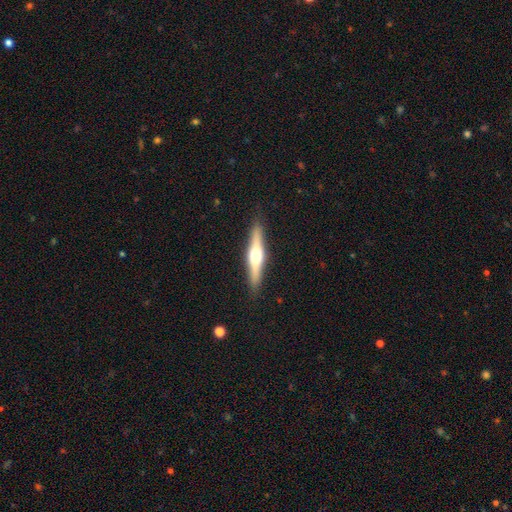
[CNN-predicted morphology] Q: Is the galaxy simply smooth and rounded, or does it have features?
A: featured or disk — 62%.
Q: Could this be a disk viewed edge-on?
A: yes — 96%.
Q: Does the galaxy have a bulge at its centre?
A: rounded — 93%.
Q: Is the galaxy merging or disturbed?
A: none — 89%.